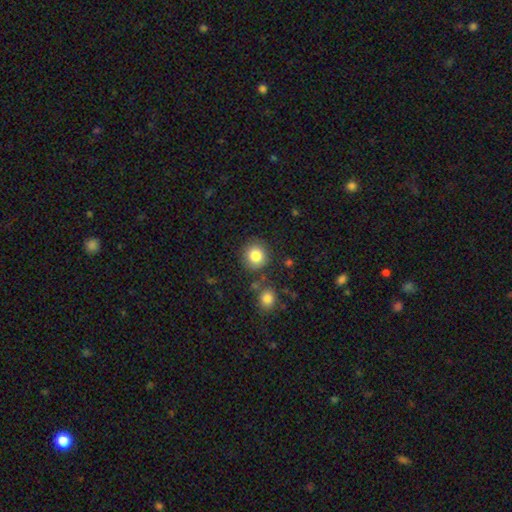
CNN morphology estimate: Smooth or featured: smooth — 84% (star or artifact — 9%)
How rounded: round — 90% (in between — 9%)
Merging: none — 82% (minor disturbance — 10%)